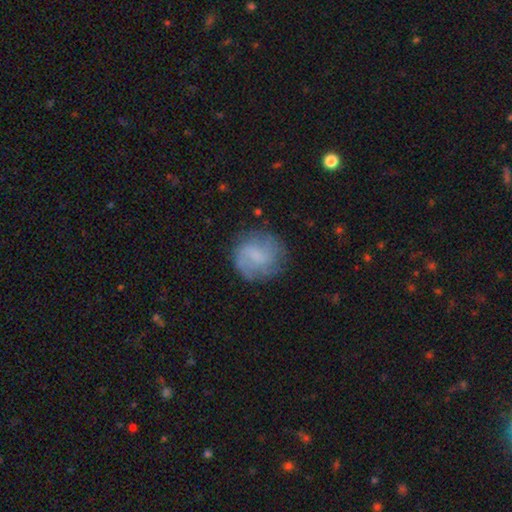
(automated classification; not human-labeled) A featured or disk galaxy (49%). Merging: none (72%).